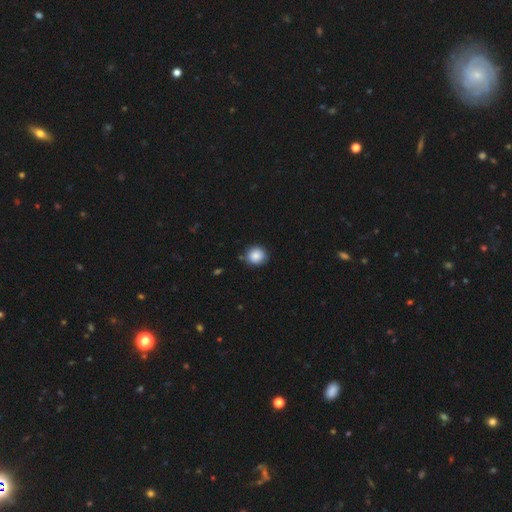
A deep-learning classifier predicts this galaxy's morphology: Q: Smooth or featured?
A: smooth (87%); runner-up: star or artifact (8%)
Q: How rounded?
A: round (89%); runner-up: in between (10%)
Q: Merging?
A: none (84%); runner-up: minor disturbance (11%)